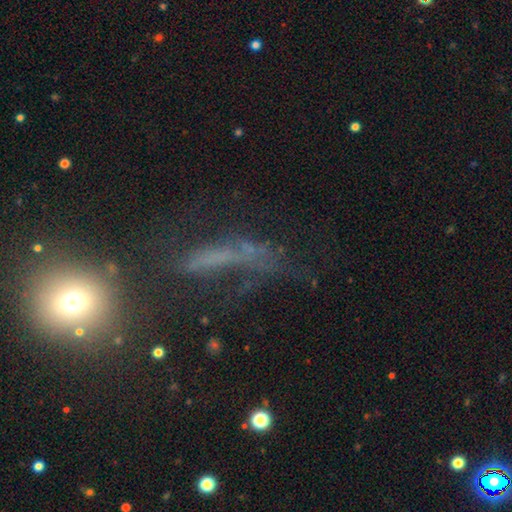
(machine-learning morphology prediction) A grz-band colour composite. It shows a featured or disk galaxy (39%). Merging: none (37%).